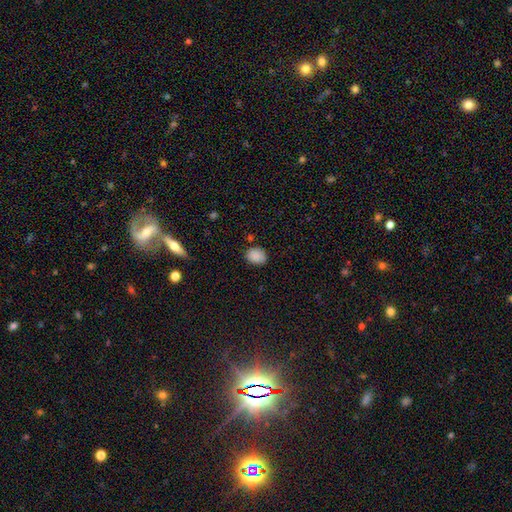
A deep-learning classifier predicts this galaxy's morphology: The model was most divided on "how rounded": round: 50%, in between: 49%, cigar-shaped: 1%. More confident: smooth or featured — smooth (87%); merging — none (78%).